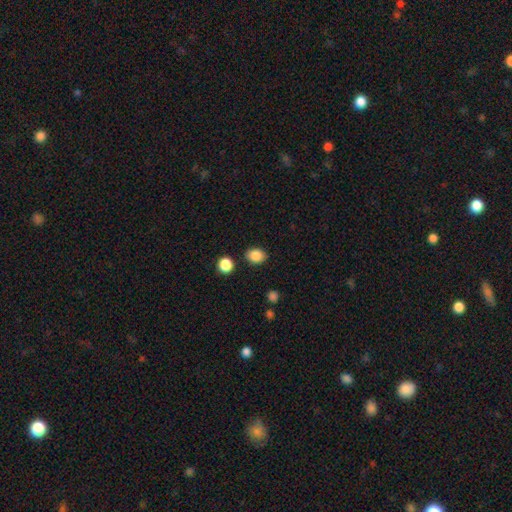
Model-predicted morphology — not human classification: The model was most divided on "how rounded": in between: 56%, round: 43%, cigar-shaped: 1%. More confident: smooth or featured — smooth (86%); merging — none (85%).